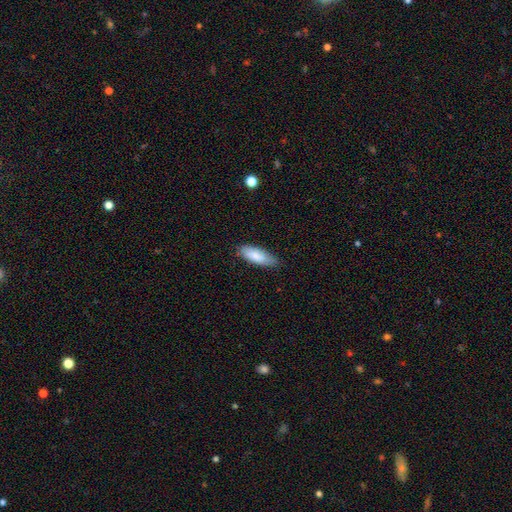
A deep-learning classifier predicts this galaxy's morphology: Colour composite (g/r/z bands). It shows a smooth galaxy with no disk features (85%) that is in between round and cigar-shaped (68%). Merging: none (78%).